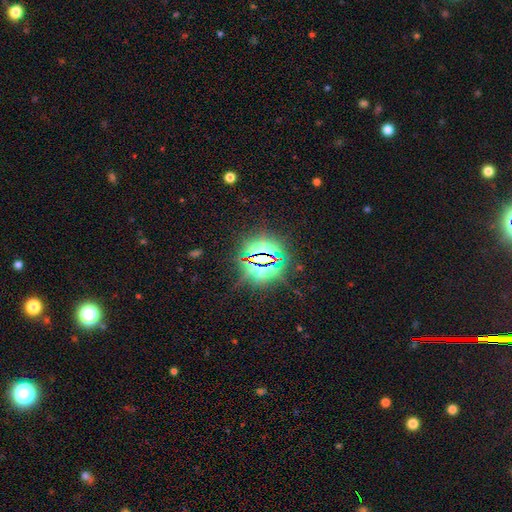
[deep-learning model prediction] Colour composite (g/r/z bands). It shows a star or artifact, not a galaxy (82%).